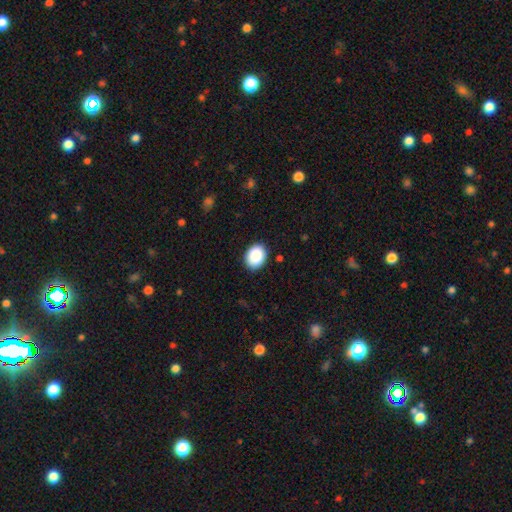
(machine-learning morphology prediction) Smooth or featured? smooth (89%)
How rounded? in between (58%)
Merging? none (89%)